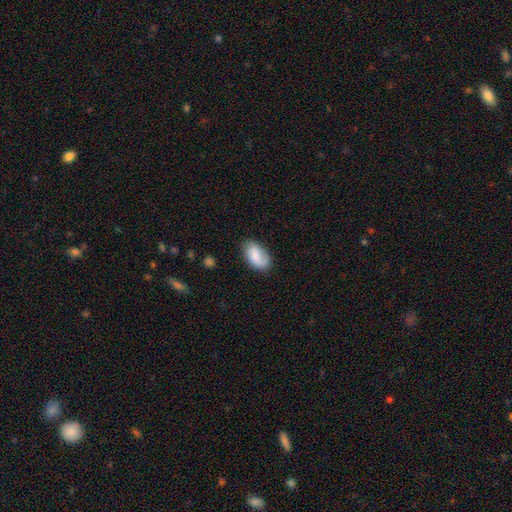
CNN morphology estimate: Smooth or featured?
  - smooth: 74% *
  - featured or disk: 20%
  - star or artifact: 7%
How rounded?
  - in between: 93% *
  - round: 5%
  - cigar-shaped: 2%
Merging?
  - none: 69% *
  - minor disturbance: 22%
  - major disturbance: 7%
  - merger: 2%